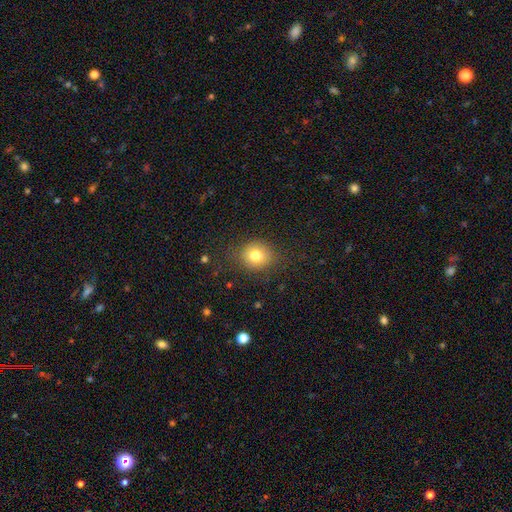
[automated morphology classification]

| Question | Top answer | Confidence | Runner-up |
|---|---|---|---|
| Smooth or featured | smooth | 78% | star or artifact (12%) |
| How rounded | round | 75% | in between (24%) |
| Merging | none | 83% | minor disturbance (11%) |